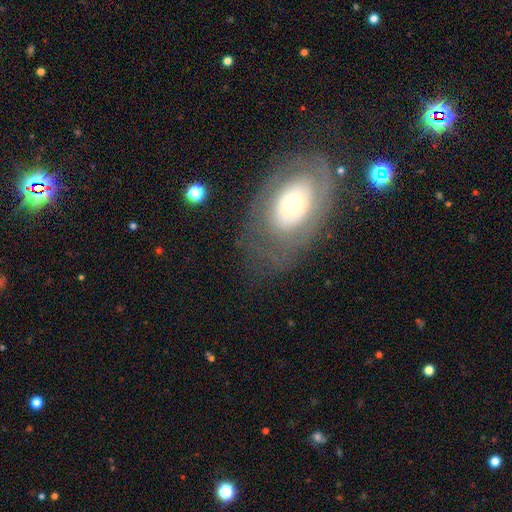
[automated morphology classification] Smooth or featured? featured or disk (60%)
Edge-on disk? no (93%)
Bar? no (79%)
Spiral arms? yes (56%)
Bulge size? moderate (50%)
Merging? none (74%)